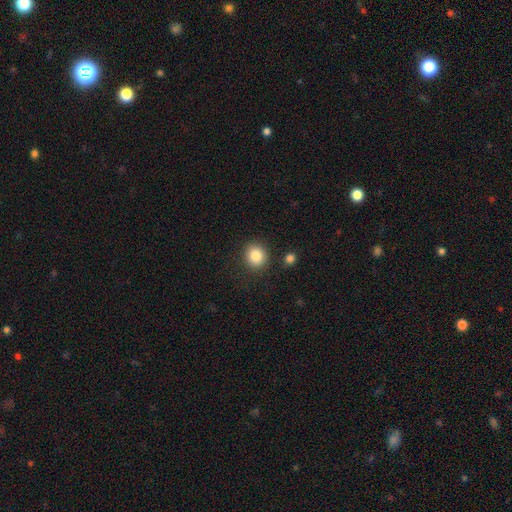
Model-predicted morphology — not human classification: type=smooth (85%); roundness=round (82%); merging=none (86%).